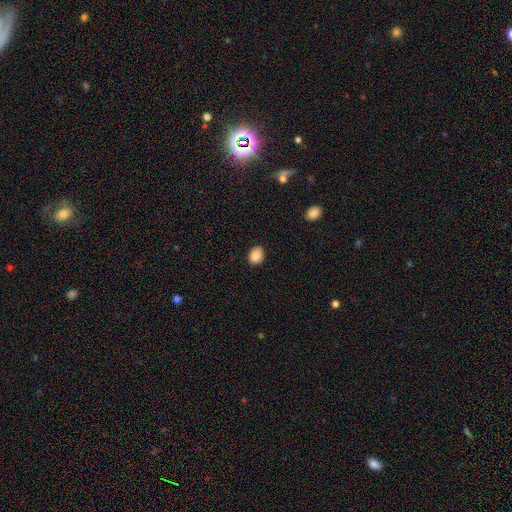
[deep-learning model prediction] Morphology: type=smooth (89%); roundness=in between (64%); merging=none (83%).